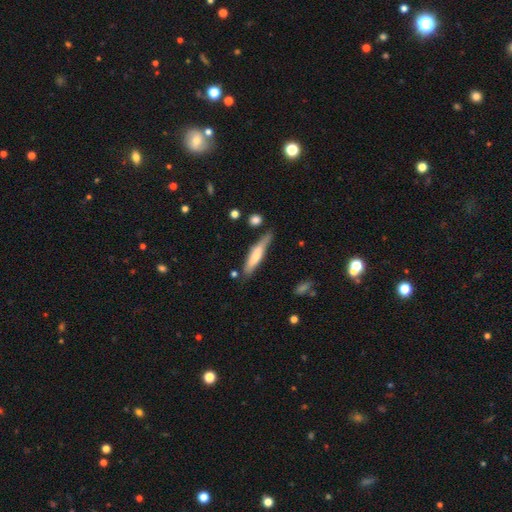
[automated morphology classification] smooth_or_featured: smooth (p=0.61) [alt: featured or disk p=0.33]
how_rounded: cigar-shaped (p=0.82) [alt: in between p=0.17]
merging: none (p=0.64) [alt: minor disturbance p=0.25]